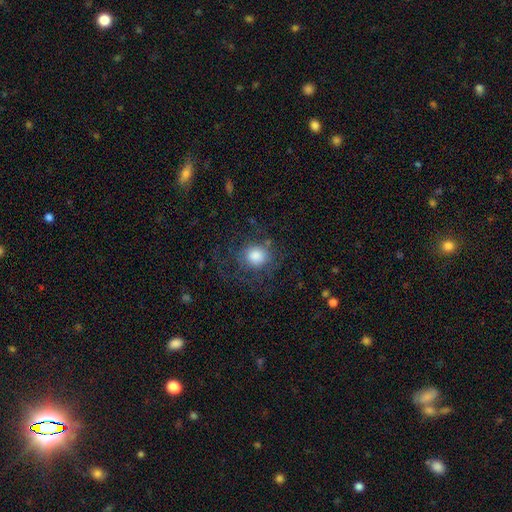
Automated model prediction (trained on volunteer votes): A smooth galaxy with no disk features (67%) that is round (87%).

Vote fractions:
- Smooth or featured? smooth: 67% / featured or disk: 22% / star or artifact: 11%
- How rounded? round: 87% / in between: 12% / cigar-shaped: 1%
- Merging? none: 63% / major disturbance: 19% / minor disturbance: 16% / merger: 2%